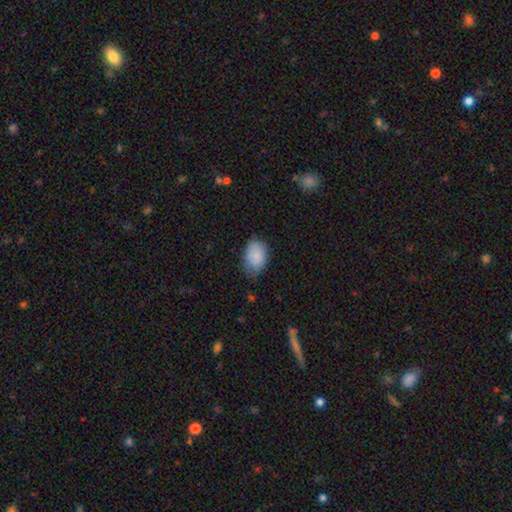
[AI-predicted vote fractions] The model was most divided on "merging": none: 65%, minor disturbance: 28%, major disturbance: 5%, merger: 1%. More confident: smooth or featured — smooth (87%); how rounded — in between (83%).